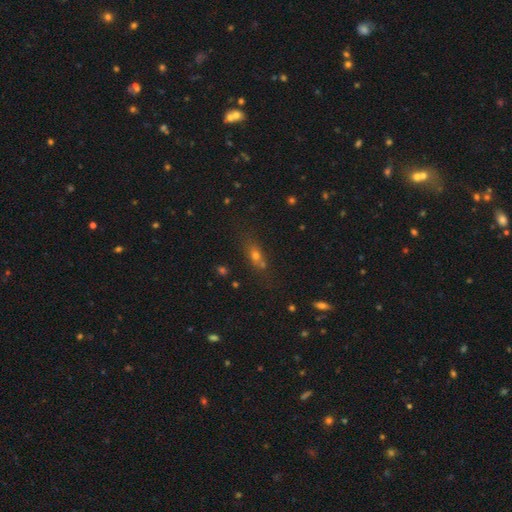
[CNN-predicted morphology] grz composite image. It shows a smooth galaxy with no disk features (58%) that is in between round and cigar-shaped (48%). Merging: none (54%).